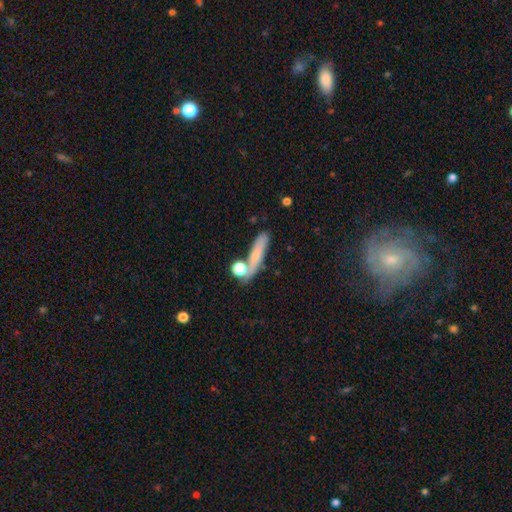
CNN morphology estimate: The model was most divided on "smooth or featured": smooth: 61%, featured or disk: 28%, star or artifact: 11%. More confident: how rounded — cigar-shaped (71%); merging — none (63%).